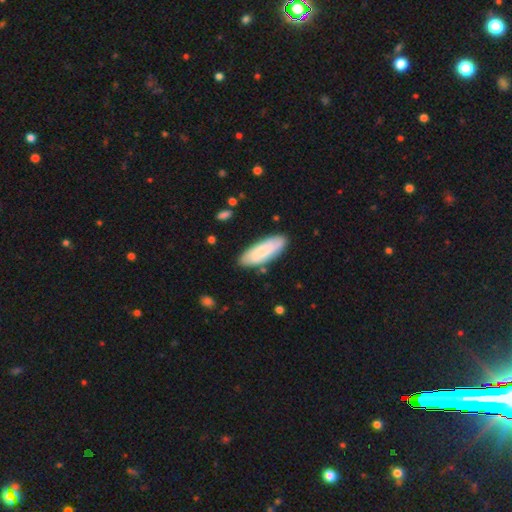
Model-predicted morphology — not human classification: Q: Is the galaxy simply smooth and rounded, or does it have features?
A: smooth — 71%.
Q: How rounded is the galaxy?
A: in between — 69%.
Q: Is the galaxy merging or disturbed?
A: none — 82%.